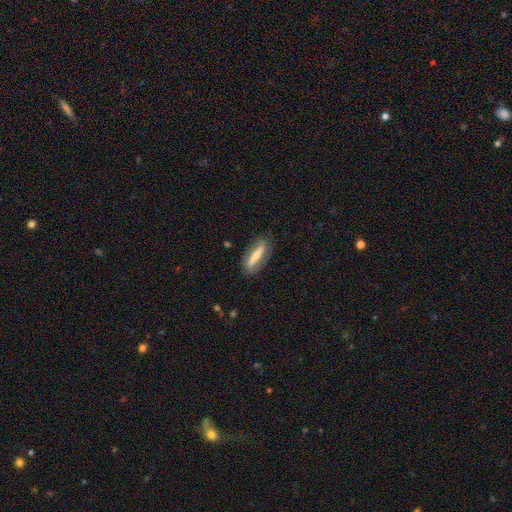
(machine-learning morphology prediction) featured or disk 53%, smooth 40%, star or artifact 7%. Down the decision tree: edge-on disk — no (63%); merging — none (80%).